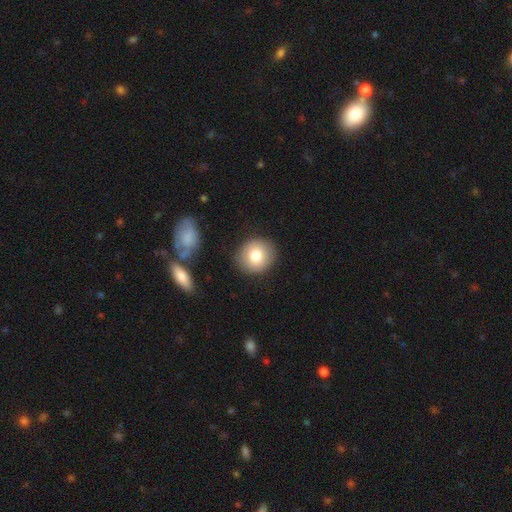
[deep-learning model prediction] A smooth galaxy with no disk features (80%) that is round (87%). Merging: none (88%).